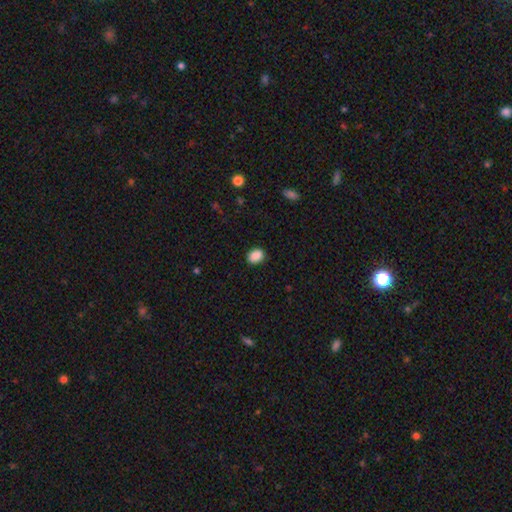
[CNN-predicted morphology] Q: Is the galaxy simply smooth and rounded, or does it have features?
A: smooth — 89%.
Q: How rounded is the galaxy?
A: in between — 65%.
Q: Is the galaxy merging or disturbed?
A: none — 87%.